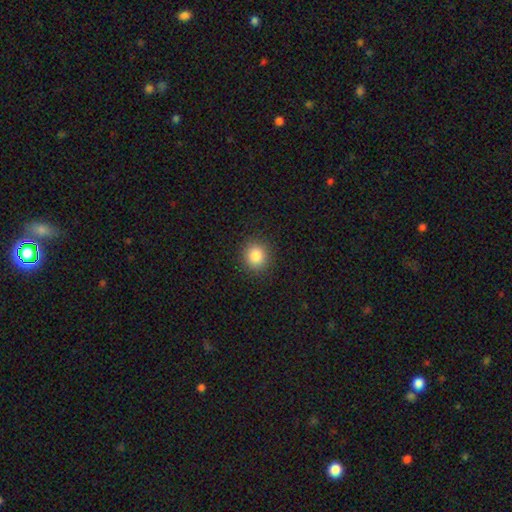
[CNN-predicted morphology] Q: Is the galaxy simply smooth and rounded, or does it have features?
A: smooth — 85%.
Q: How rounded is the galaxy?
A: round — 85%.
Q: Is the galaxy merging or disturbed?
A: none — 90%.